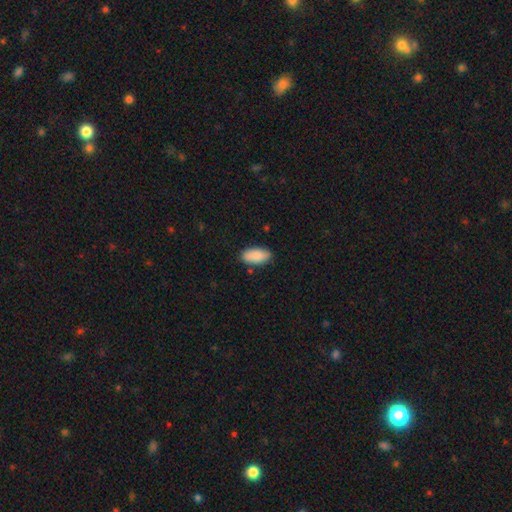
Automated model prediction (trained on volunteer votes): Smooth or featured? smooth (89%)
How rounded? in between (93%)
Merging? none (84%)